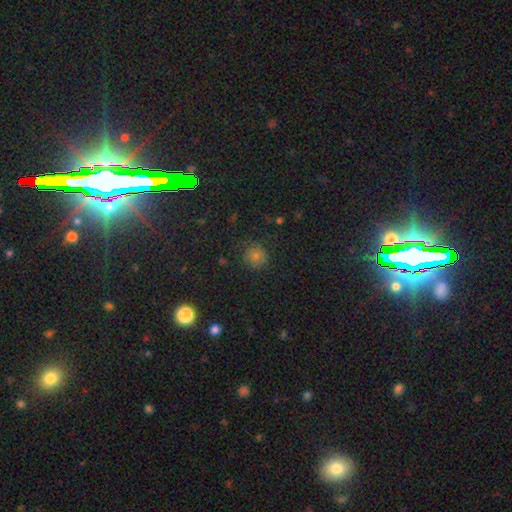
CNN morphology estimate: Smooth or featured? Predicted: smooth (p=0.64). How rounded? Predicted: round (p=0.91). Merging? Predicted: none (p=0.82).